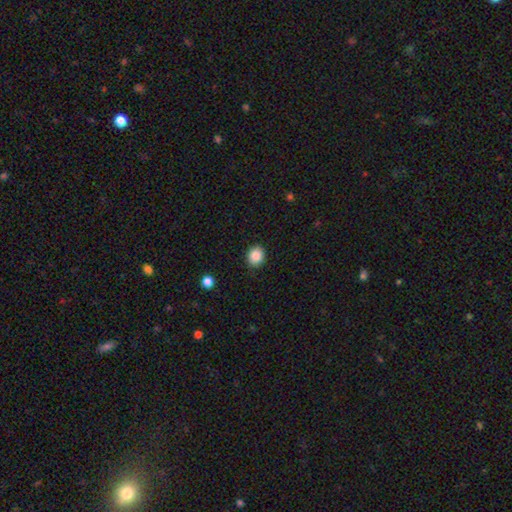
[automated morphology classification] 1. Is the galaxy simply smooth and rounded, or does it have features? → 87% smooth, 9% star or artifact, 3% featured or disk.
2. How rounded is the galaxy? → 71% round, 29% in between, 1% cigar-shaped.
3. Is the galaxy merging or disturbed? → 89% none, 8% minor disturbance, 2% major disturbance, 1% merger.